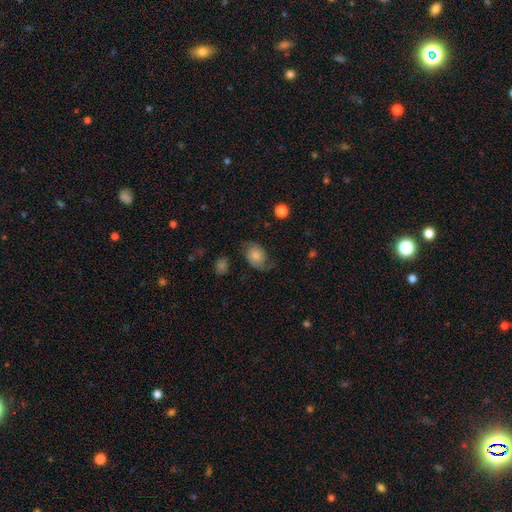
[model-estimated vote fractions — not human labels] Smooth or featured? Predicted: featured or disk (p=0.50). Merging? Predicted: none (p=0.61).